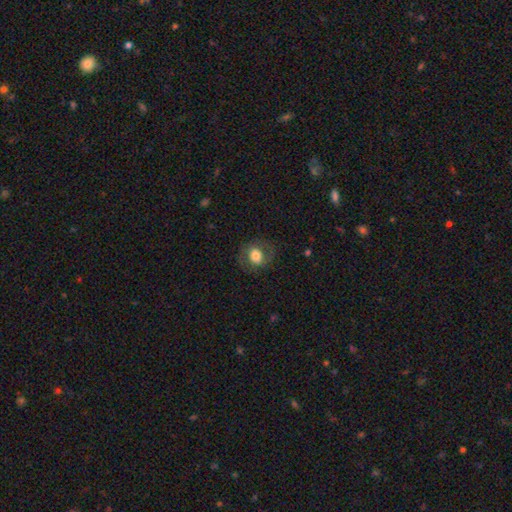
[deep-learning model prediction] smooth-or-featured: smooth: 65% | featured or disk: 27% | star or artifact: 9%
  how-rounded: round: 58% | in between: 41% | cigar-shaped: 1%
  merging: none: 73% | minor disturbance: 16% | major disturbance: 10% | merger: 1%